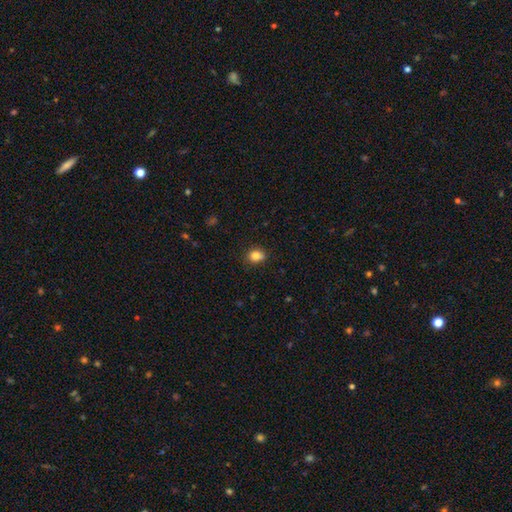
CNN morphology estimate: smooth 83%, star or artifact 11%, featured or disk 6%. Down the decision tree: how rounded — round (62%); merging — none (73%).